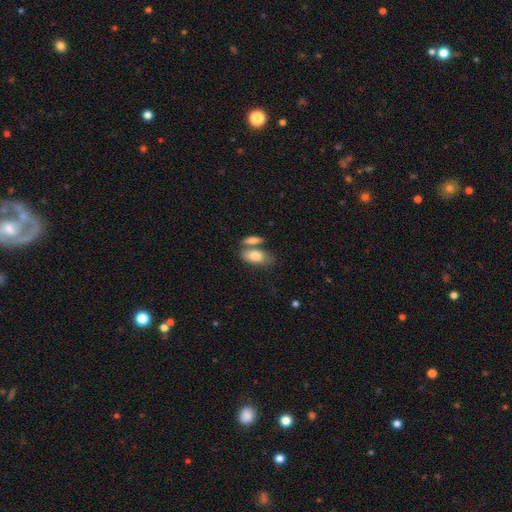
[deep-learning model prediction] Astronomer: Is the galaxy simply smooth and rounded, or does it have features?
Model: smooth — 79%.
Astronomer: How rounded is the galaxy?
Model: in between — 89%.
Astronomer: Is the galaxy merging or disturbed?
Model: none — 45% (runner-up: merger, 37%).